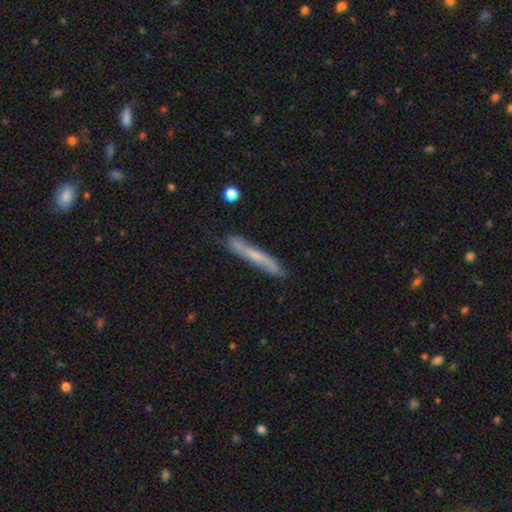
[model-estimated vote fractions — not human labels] Smooth or featured? Predicted: featured or disk (p=0.49). Merging? Predicted: none (p=0.80).